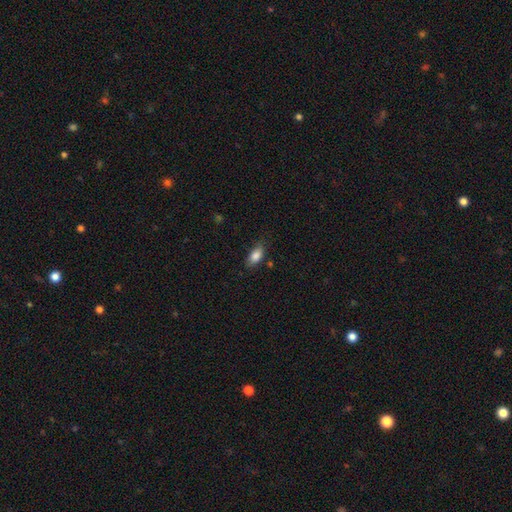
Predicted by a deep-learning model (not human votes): Q: Smooth or featured?
A: smooth (86%); runner-up: star or artifact (7%)
Q: How rounded?
A: in between (89%); runner-up: cigar-shaped (8%)
Q: Merging?
A: none (77%); runner-up: minor disturbance (17%)